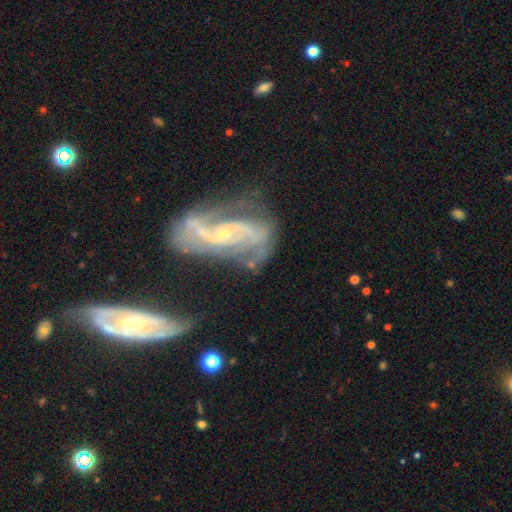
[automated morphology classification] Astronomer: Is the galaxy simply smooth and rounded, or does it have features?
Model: featured or disk — 89%.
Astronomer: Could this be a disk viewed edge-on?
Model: no — 97%.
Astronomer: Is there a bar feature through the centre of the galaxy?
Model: weak — 42% (runner-up: no, 37%).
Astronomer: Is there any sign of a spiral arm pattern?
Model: yes — 96%.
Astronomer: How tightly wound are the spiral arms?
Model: medium — 50% (runner-up: loose, 30%).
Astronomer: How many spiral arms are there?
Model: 2 — 79%.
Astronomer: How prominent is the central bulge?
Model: small — 78%.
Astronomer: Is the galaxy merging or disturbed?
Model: none — 40% (runner-up: minor disturbance, 21%).